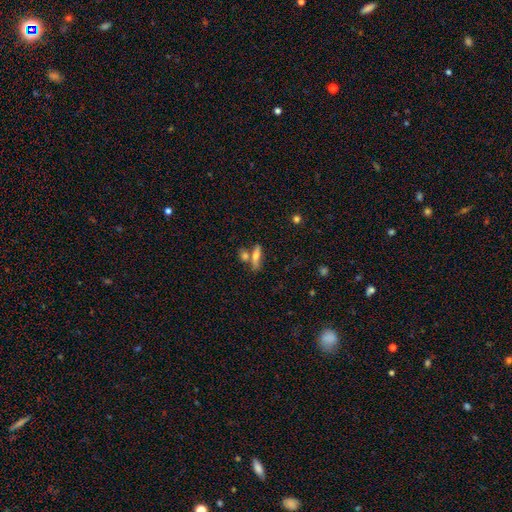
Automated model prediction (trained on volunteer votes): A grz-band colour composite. It shows a smooth galaxy with no disk features (60%) that is cigar-shaped (60%). Merging: none (56%).